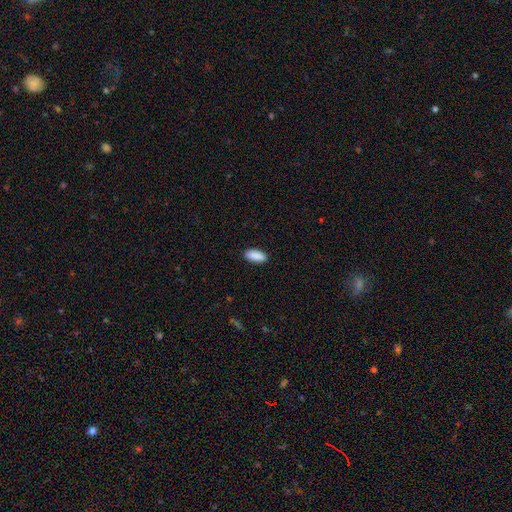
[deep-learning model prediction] smooth-or-featured: smooth: 91% | star or artifact: 6% | featured or disk: 3%
  how-rounded: in between: 86% | cigar-shaped: 13% | round: 2%
  merging: none: 90% | minor disturbance: 8% | major disturbance: 2% | merger: 1%